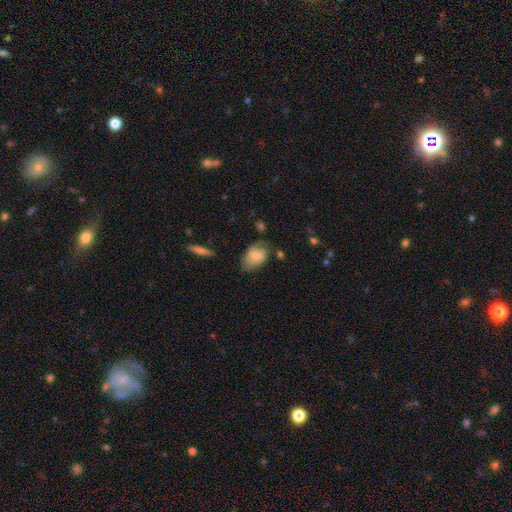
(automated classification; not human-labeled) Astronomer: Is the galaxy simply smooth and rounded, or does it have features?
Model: smooth — 70%.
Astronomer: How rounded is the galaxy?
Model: in between — 87%.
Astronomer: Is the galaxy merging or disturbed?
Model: none — 52% (runner-up: minor disturbance, 33%).